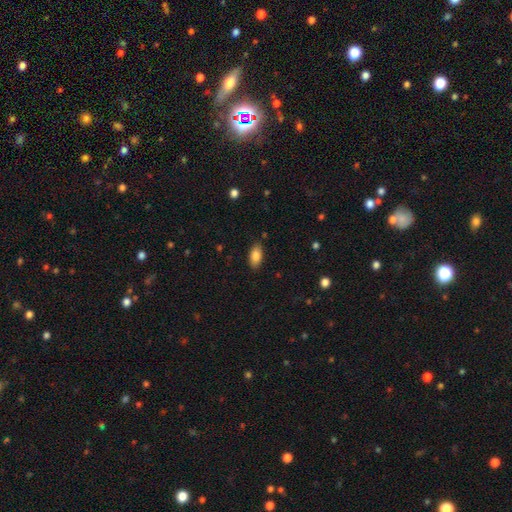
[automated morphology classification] Smooth or featured? Predicted: smooth (p=0.84). How rounded? Predicted: in between (p=0.90). Merging? Predicted: none (p=0.85).